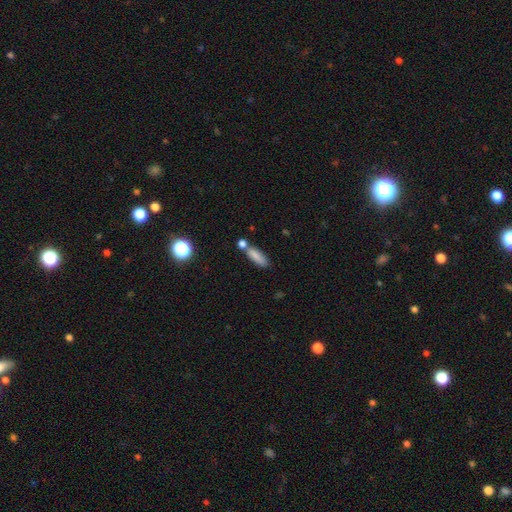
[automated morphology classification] The model was most divided on "how rounded": in between: 56%, cigar-shaped: 41%, round: 3%. More confident: smooth or featured — smooth (80%); merging — none (54%).